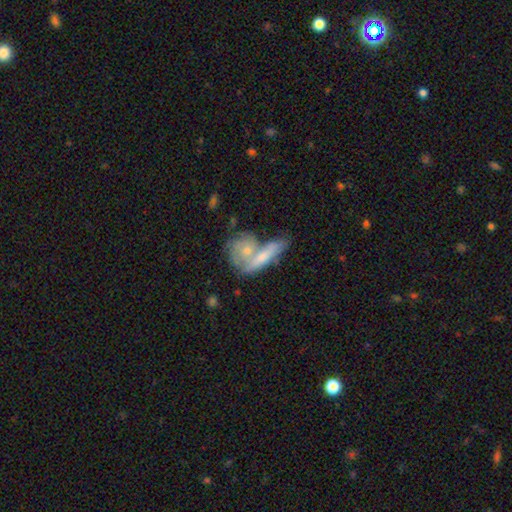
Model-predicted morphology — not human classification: type=featured or disk (47%); merging=merger (51%).